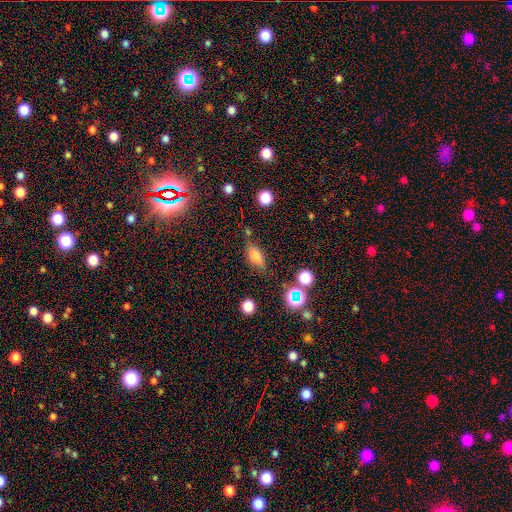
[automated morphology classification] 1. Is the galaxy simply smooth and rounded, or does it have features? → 72% smooth, 14% featured or disk, 14% star or artifact.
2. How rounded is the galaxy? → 78% in between, 12% cigar-shaped, 10% round.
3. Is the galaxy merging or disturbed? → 69% none, 19% minor disturbance, 6% merger, 6% major disturbance.